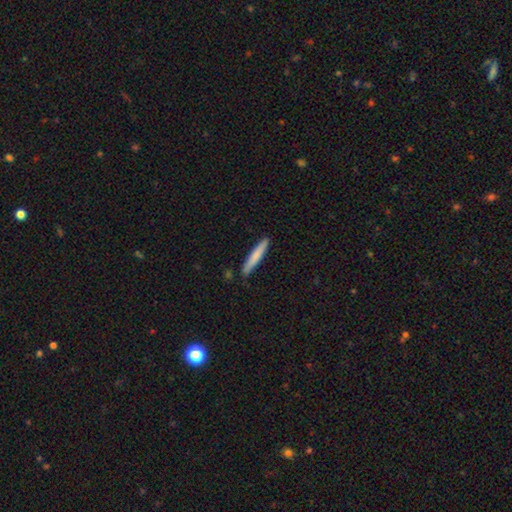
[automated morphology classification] type=smooth (77%); roundness=cigar-shaped (94%); merging=none (86%).